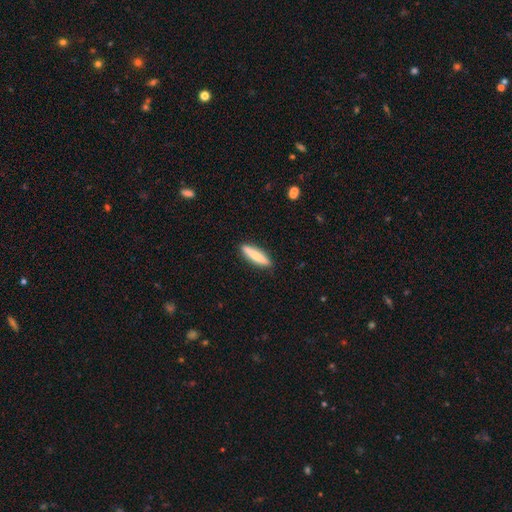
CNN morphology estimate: The model was most divided on "smooth or featured": smooth: 74%, featured or disk: 21%, star or artifact: 5%. More confident: merging — none (90%); how rounded — cigar-shaped (81%).